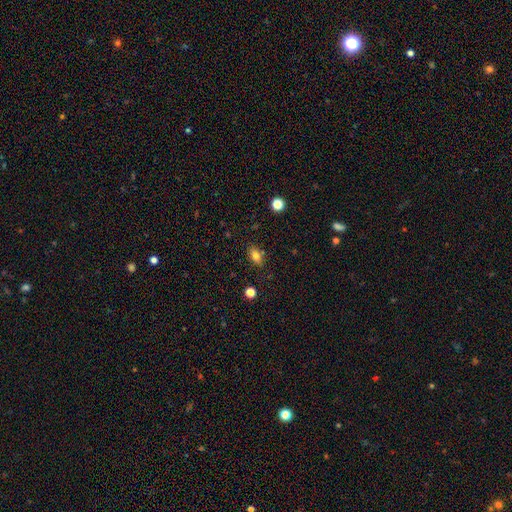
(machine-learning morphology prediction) Smooth or featured? smooth (79%)
How rounded? in between (82%)
Merging? none (80%)